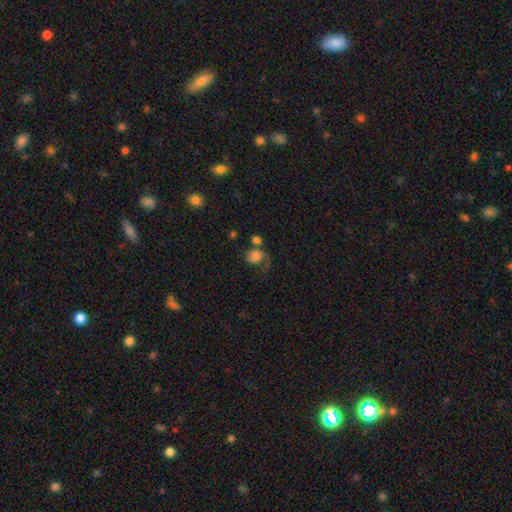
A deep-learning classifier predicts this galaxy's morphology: smooth_or_featured: smooth (p=0.58) [alt: featured or disk p=0.31]
how_rounded: round (p=0.57) [alt: in between p=0.42]
merging: major disturbance (p=0.38) [alt: none p=0.27]